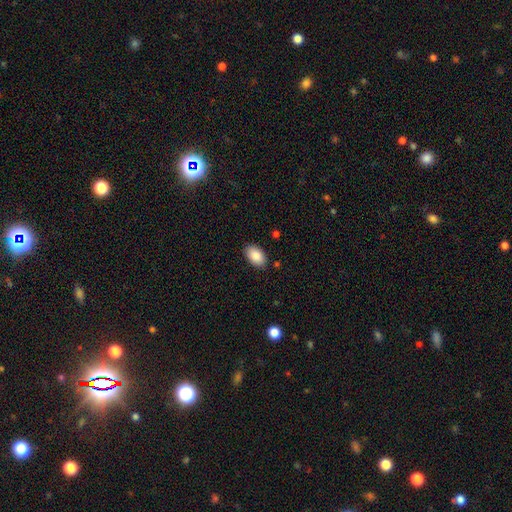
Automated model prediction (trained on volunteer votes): smooth-or-featured: smooth: 88% | star or artifact: 7% | featured or disk: 5%
  how-rounded: in between: 92% | round: 7% | cigar-shaped: 1%
  merging: none: 86% | minor disturbance: 10% | major disturbance: 2% | merger: 1%